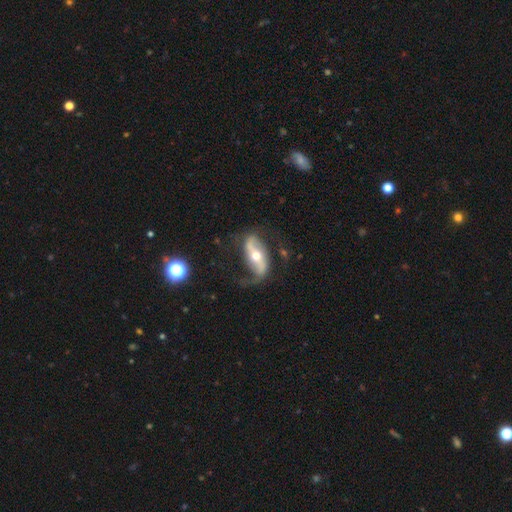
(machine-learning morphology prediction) Overall: featured or disk (79%). Edge-on disk: no (90%). Bar: strong (45%; no 30%). Spiral arms: yes (90%). Spiral arm count: 2 (87%). Spiral winding: loose (72%). Bulge size: moderate (66%; small 27%). Merging: none (62%).